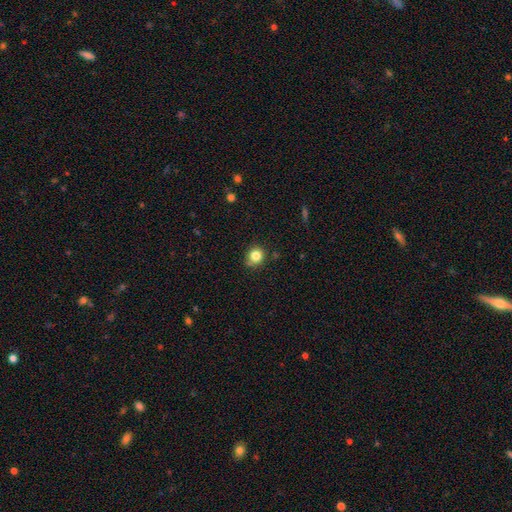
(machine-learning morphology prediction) smooth_or_featured: smooth (p=0.83) [alt: star or artifact p=0.12]
how_rounded: round (p=0.87) [alt: in between p=0.12]
merging: none (p=0.78) [alt: minor disturbance p=0.16]